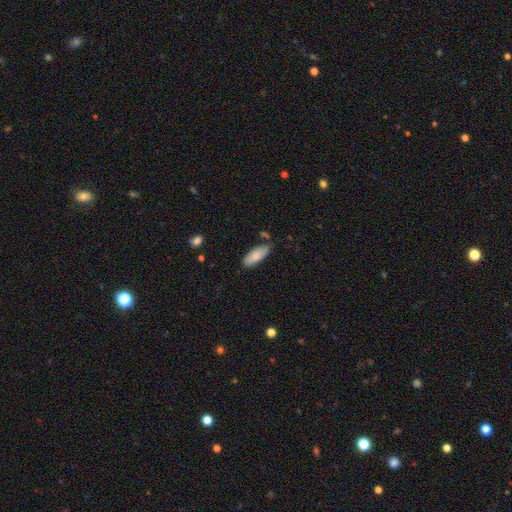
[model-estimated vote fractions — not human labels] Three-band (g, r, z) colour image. It shows a smooth galaxy with no disk features (83%) that is in between round and cigar-shaped (79%). Merging: none (73%).